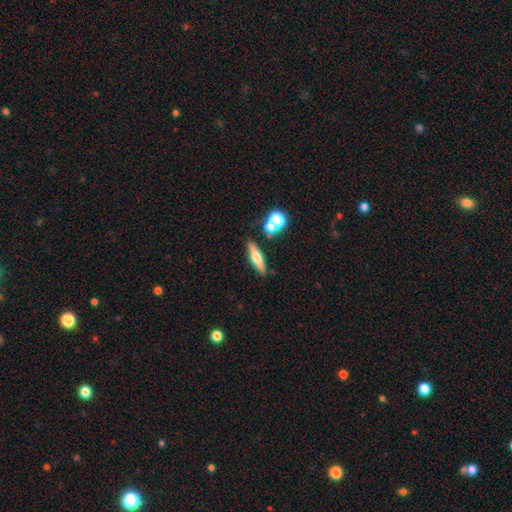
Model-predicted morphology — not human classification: Overall: featured or disk (52%; smooth 40%). Edge-on disk: yes (93%). Merging: none (82%).